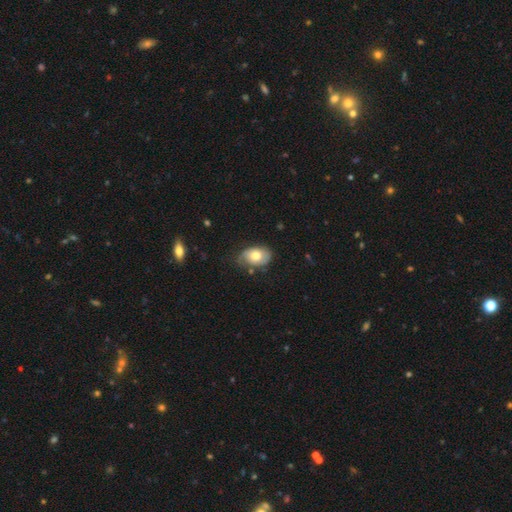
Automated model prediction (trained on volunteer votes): Overall: smooth (63%; featured or disk 30%). How rounded: in between (83%). Merging: none (58%; minor disturbance 31%).